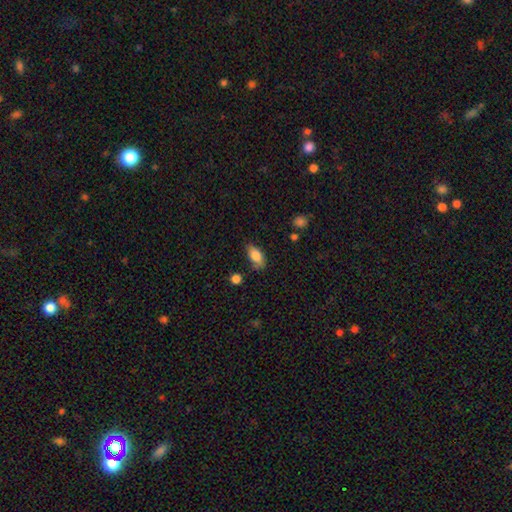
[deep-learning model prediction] Q: Smooth or featured?
A: smooth (83%); runner-up: featured or disk (10%)
Q: How rounded?
A: in between (89%); runner-up: cigar-shaped (7%)
Q: Merging?
A: none (67%); runner-up: minor disturbance (25%)